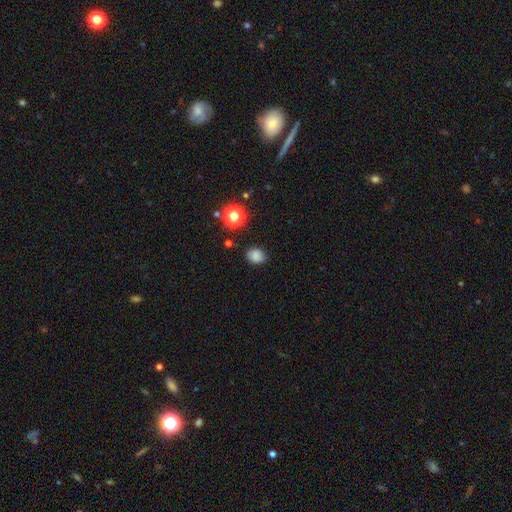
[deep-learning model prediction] Smooth or featured? smooth (81%)
How rounded? round (56%)
Merging? none (81%)